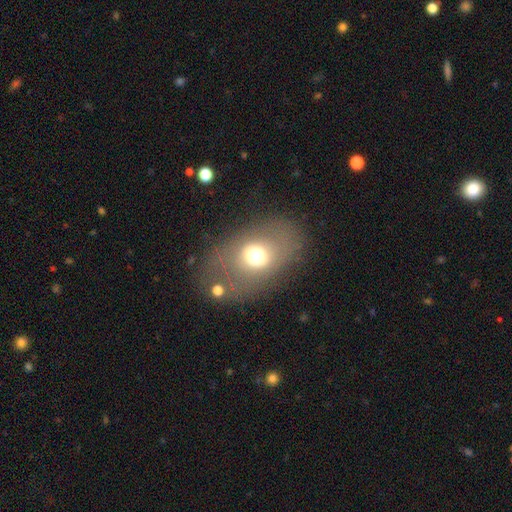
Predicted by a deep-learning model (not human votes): Q: Smooth or featured?
A: smooth (60%); runner-up: featured or disk (27%)
Q: How rounded?
A: in between (73%); runner-up: round (25%)
Q: Merging?
A: none (68%); runner-up: minor disturbance (15%)